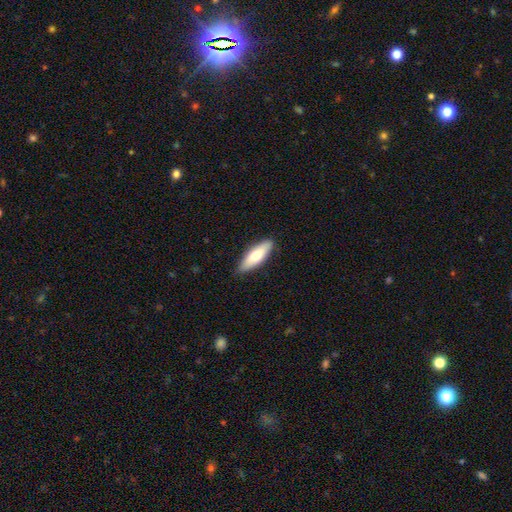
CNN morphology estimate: Smooth or featured?
  - smooth: 70% *
  - featured or disk: 25%
  - star or artifact: 6%
How rounded?
  - in between: 55% *
  - cigar-shaped: 43%
  - round: 2%
Merging?
  - none: 87% *
  - minor disturbance: 10%
  - major disturbance: 2%
  - merger: 1%